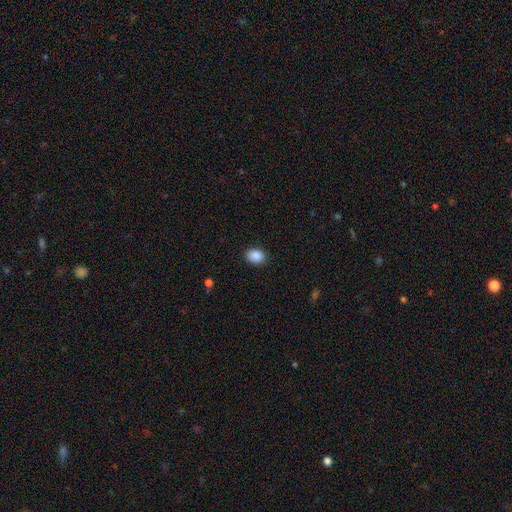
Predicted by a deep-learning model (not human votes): Smooth or featured: smooth — 89% (star or artifact — 8%)
How rounded: in between — 60% (round — 39%)
Merging: none — 89% (minor disturbance — 8%)